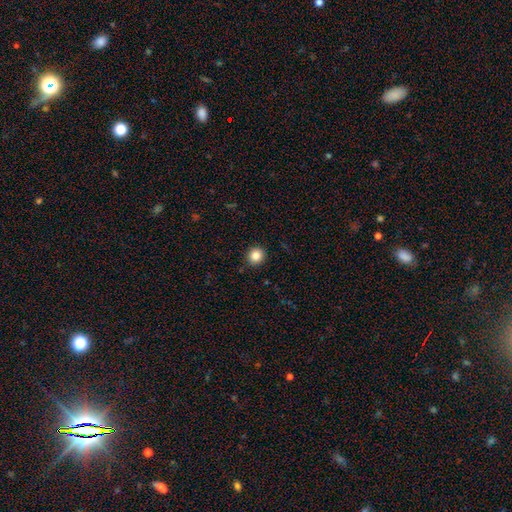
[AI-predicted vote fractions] A smooth galaxy with no disk features (86%) that is round (92%).

Vote fractions:
- Smooth or featured? smooth: 86% / star or artifact: 10% / featured or disk: 4%
- How rounded? round: 92% / in between: 7% / cigar-shaped: 1%
- Merging? none: 92% / minor disturbance: 5% / major disturbance: 2% / merger: 1%